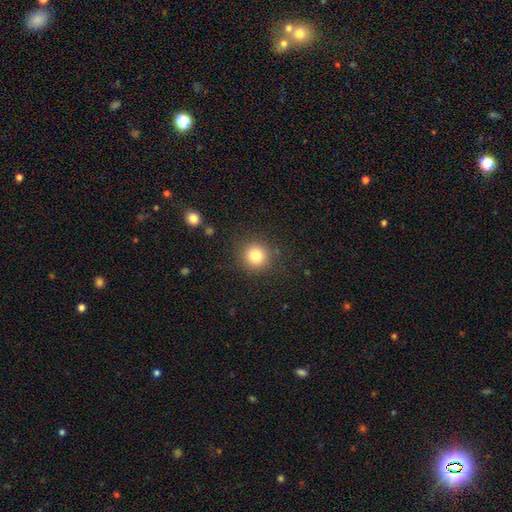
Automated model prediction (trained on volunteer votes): This appears to be a smooth galaxy with no disk features (81%) that is round (93%). Merging: none (88%).